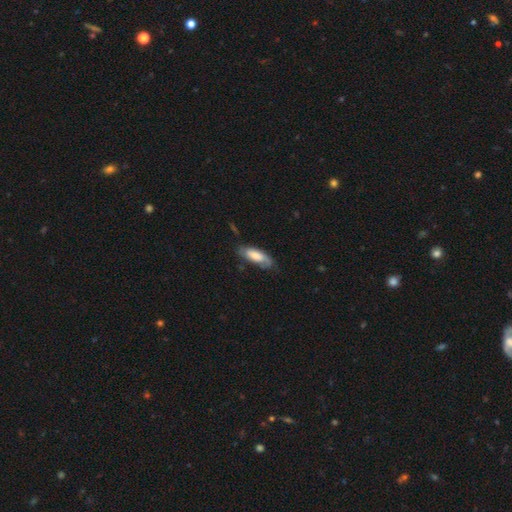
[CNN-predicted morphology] smooth 54%, featured or disk 40%, star or artifact 6%. Down the decision tree: how rounded — in between (71%); merging — none (63%).